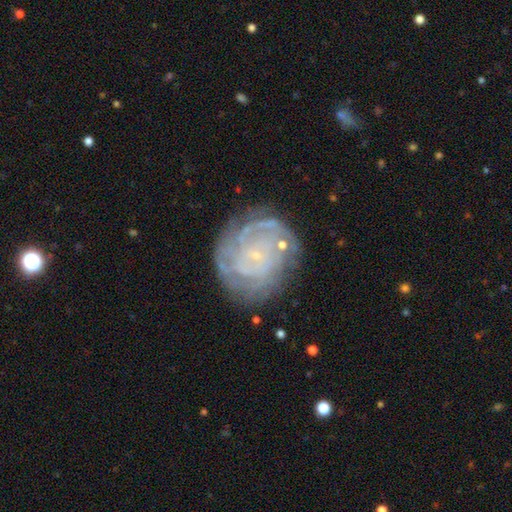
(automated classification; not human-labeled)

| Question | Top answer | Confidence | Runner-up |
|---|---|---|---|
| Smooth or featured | featured or disk | 81% | smooth (12%) |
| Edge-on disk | no | 98% | yes (2%) |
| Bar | no | 76% | weak (18%) |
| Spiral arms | yes | 92% | no (8%) |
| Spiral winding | tight | 77% | medium (18%) |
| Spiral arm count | can't tell | 37% | 4 (18%) |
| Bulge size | small | 87% | none (6%) |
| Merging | none | 72% | minor disturbance (17%) |